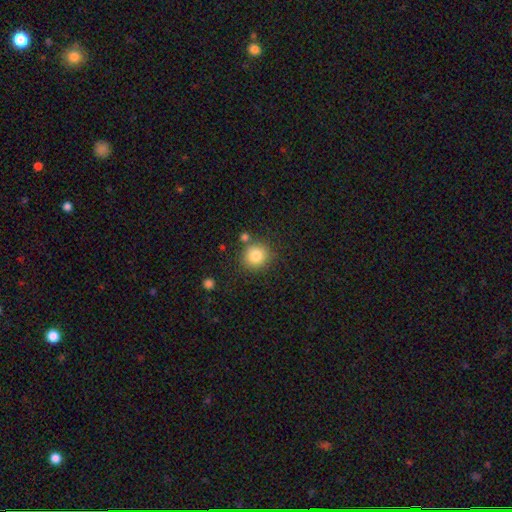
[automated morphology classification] Smooth or featured? smooth (83%)
How rounded? round (88%)
Merging? none (79%)